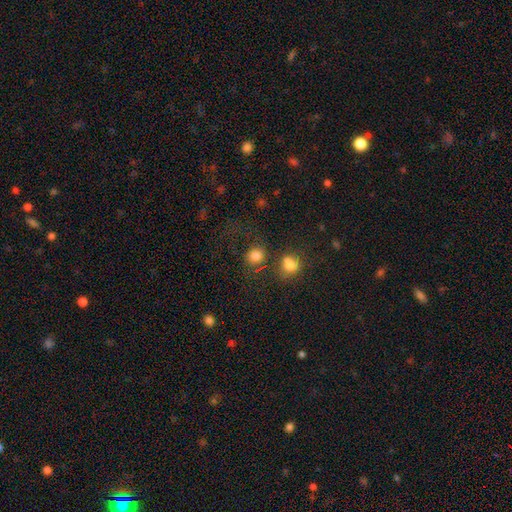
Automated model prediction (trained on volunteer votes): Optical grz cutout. It shows a smooth galaxy with no disk features (80%) that is round (79%). Merging: none (68%).